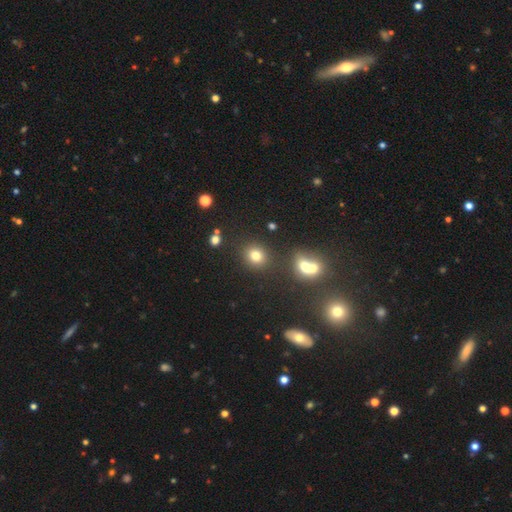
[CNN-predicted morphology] Overall: smooth (77%). How rounded: round (75%). Merging: none (81%).